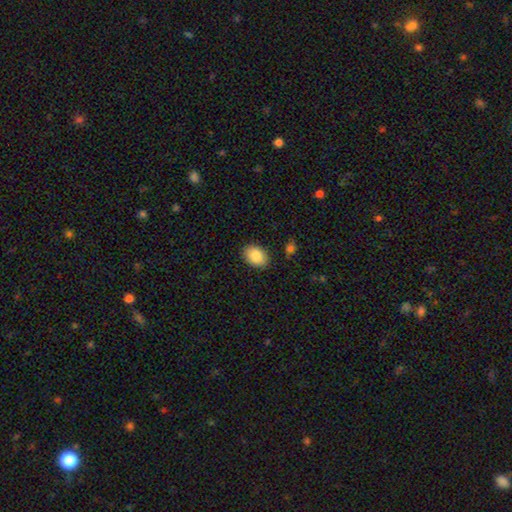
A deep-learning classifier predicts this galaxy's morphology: A smooth galaxy with no disk features (88%) that is in between round and cigar-shaped (81%).

Vote fractions:
- Smooth or featured? smooth: 88% / star or artifact: 7% / featured or disk: 5%
- How rounded? in between: 81% / round: 18% / cigar-shaped: 1%
- Merging? none: 87% / minor disturbance: 9% / major disturbance: 2% / merger: 1%